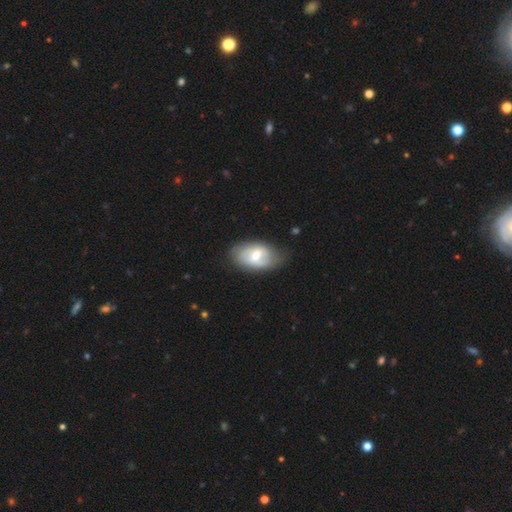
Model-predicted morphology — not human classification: Smooth or featured? Predicted: featured or disk (p=0.52). Edge-on disk? Predicted: no (p=0.93). Merging? Predicted: none (p=0.66).